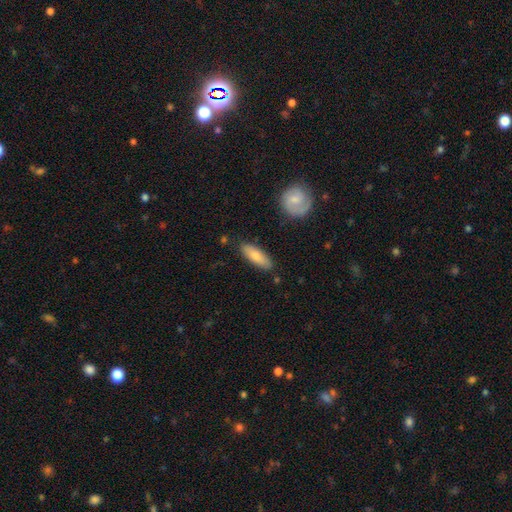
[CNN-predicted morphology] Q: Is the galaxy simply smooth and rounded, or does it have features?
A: smooth — 78%.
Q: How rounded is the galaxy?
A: in between — 56%.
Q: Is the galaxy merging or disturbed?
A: none — 84%.